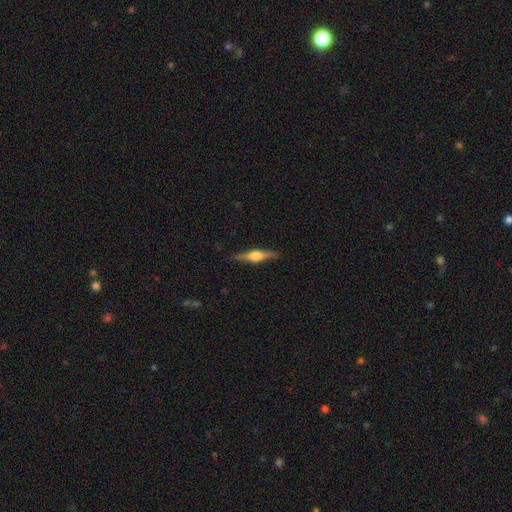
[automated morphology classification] This appears to be a featured or disk galaxy (68%) viewed edge-on (97%) with a rounded central bulge (90%). Merging: none (88%).